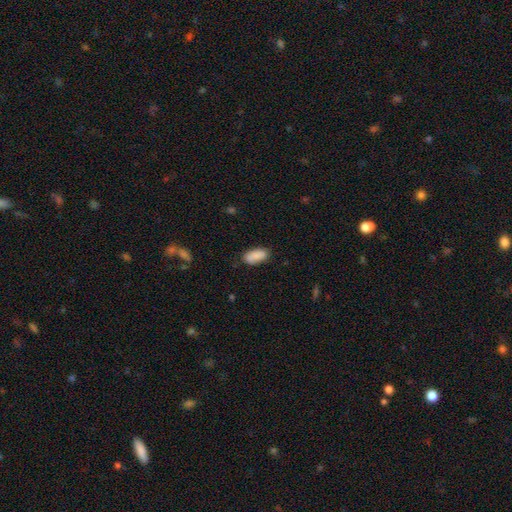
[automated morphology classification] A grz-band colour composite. It shows a smooth galaxy with no disk features (85%) that is in between round and cigar-shaped (90%). Merging: none (79%).